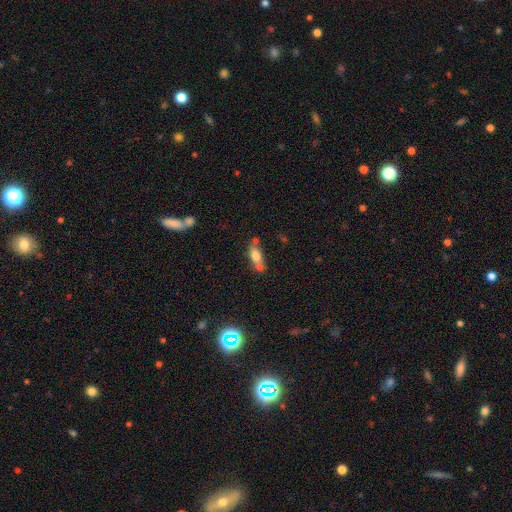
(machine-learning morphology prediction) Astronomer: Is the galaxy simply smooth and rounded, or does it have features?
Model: smooth — 68%.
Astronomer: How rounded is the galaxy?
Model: in between — 68%.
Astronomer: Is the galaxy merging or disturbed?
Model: none — 49% (runner-up: merger, 28%).